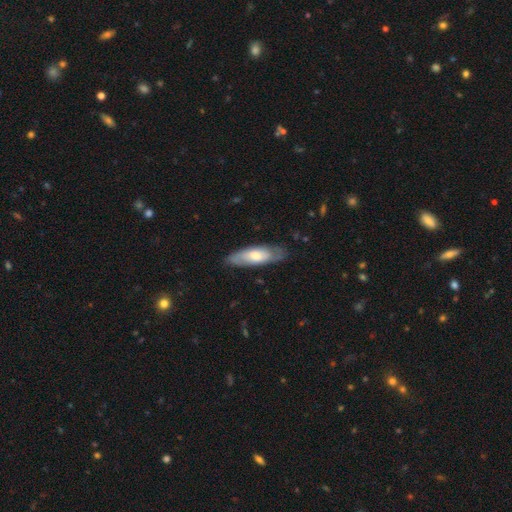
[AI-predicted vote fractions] A smooth galaxy with no disk features (57%) that is in between round and cigar-shaped (60%). Merging: none (77%).